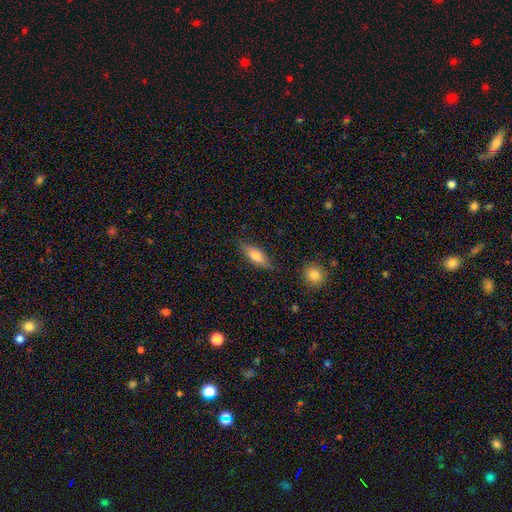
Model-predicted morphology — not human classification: type=smooth (64%); roundness=in between (55%); merging=none (81%).